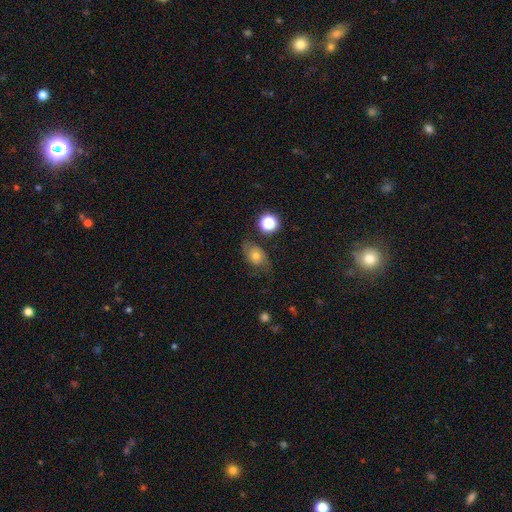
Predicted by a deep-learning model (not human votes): The model was most divided on "smooth or featured": smooth: 46%, featured or disk: 40%, star or artifact: 14%. More confident: merging — none (61%).